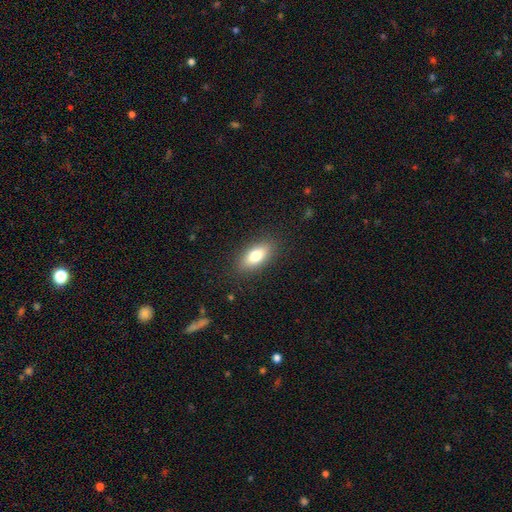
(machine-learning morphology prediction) Smooth or featured: smooth — 76% (featured or disk — 17%)
How rounded: in between — 82% (cigar-shaped — 14%)
Merging: none — 87% (minor disturbance — 9%)